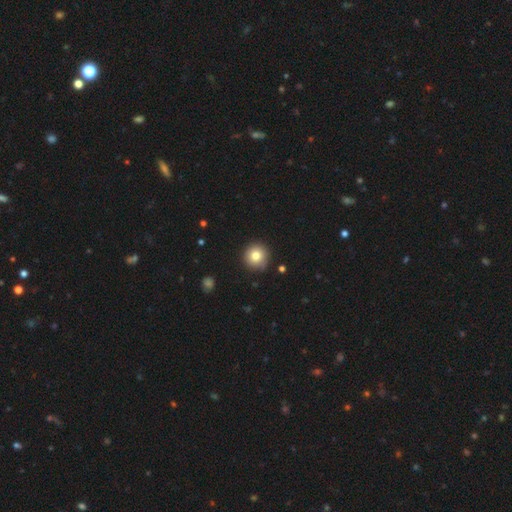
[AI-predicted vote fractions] A smooth galaxy with no disk features (80%) that is round (95%). Merging: none (88%).